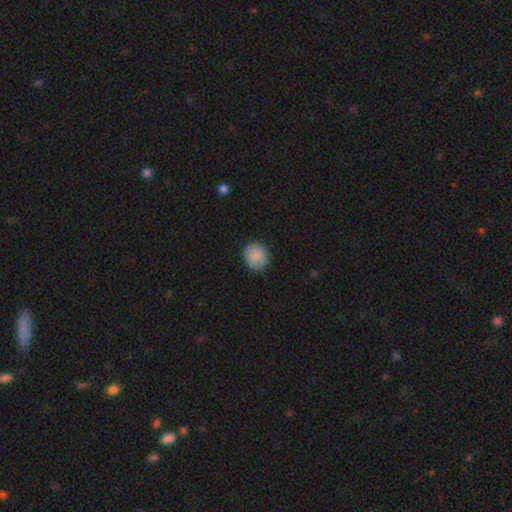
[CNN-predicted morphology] This appears to be a smooth galaxy with no disk features (88%) that is round (79%). Merging: none (88%).